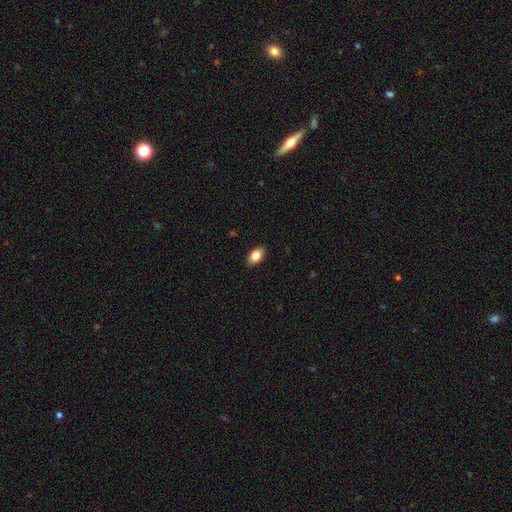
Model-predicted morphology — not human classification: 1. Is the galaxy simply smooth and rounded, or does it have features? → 84% smooth, 9% featured or disk, 7% star or artifact.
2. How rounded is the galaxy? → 91% in between, 7% round, 3% cigar-shaped.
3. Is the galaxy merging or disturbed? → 89% none, 9% minor disturbance, 2% major disturbance, 1% merger.